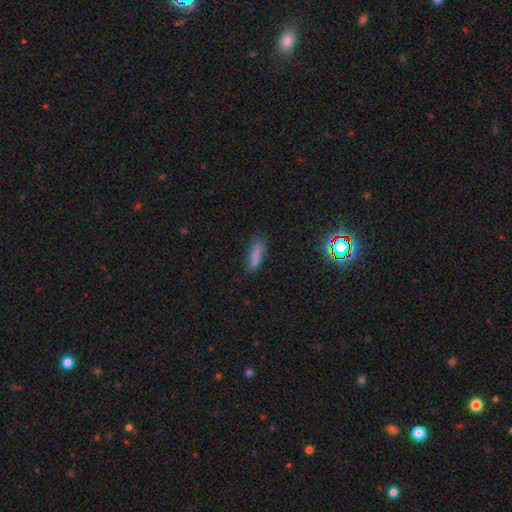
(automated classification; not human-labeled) This appears to be a smooth galaxy with no disk features (76%) that is cigar-shaped (53%). Merging: none (59%).